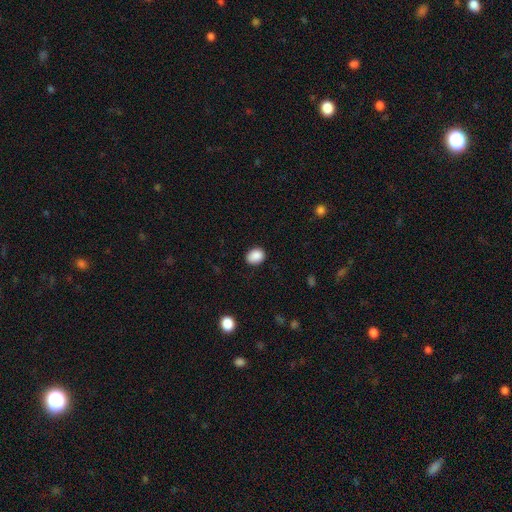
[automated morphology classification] smooth_or_featured: smooth (p=0.89) [alt: star or artifact p=0.08]
how_rounded: in between (p=0.59) [alt: round p=0.40]
merging: none (p=0.85) [alt: minor disturbance p=0.11]